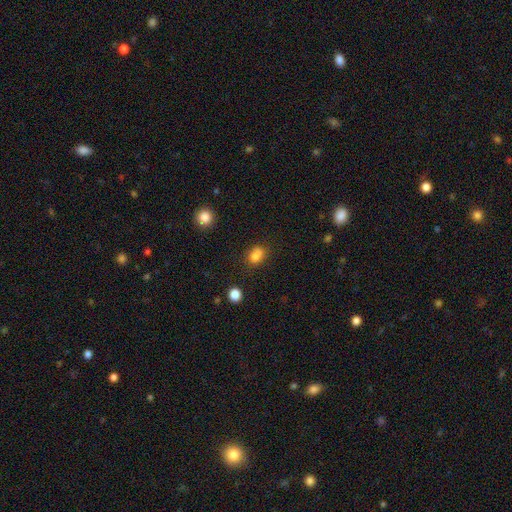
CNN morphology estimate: type=smooth (79%); roundness=in between (50%); merging=none (61%).